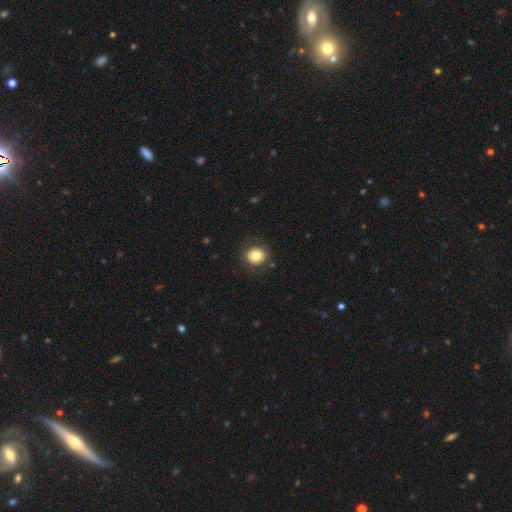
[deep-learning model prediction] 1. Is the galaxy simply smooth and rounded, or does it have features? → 76% smooth, 14% featured or disk, 10% star or artifact.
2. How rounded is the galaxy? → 84% round, 15% in between, 1% cigar-shaped.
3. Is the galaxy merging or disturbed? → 85% none, 10% minor disturbance, 4% major disturbance, 1% merger.